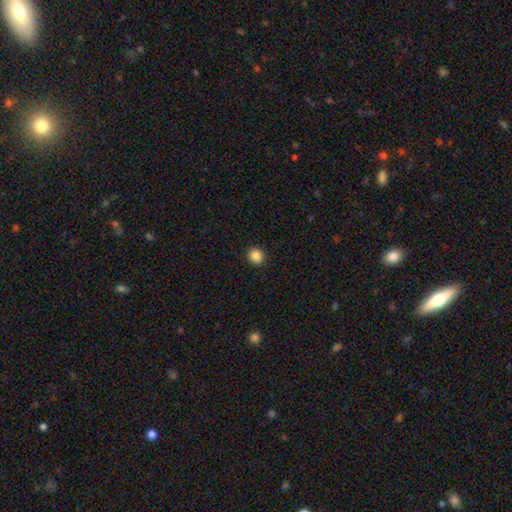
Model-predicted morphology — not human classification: Smooth or featured?
  - smooth: 87% *
  - star or artifact: 10%
  - featured or disk: 3%
How rounded?
  - round: 76% *
  - in between: 23%
  - cigar-shaped: 1%
Merging?
  - none: 92% *
  - minor disturbance: 5%
  - major disturbance: 2%
  - merger: 1%